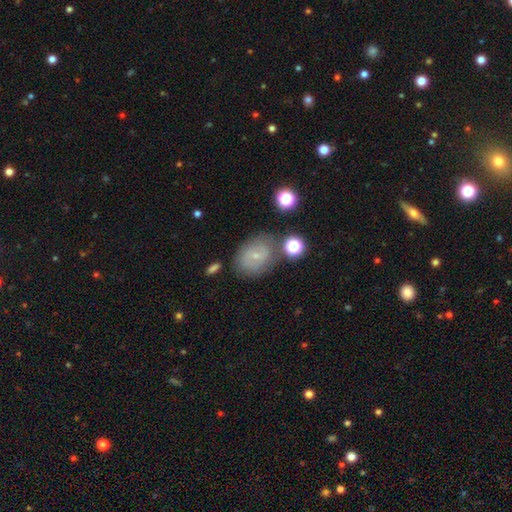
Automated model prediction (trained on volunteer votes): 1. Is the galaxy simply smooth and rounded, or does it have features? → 51% smooth, 36% featured or disk, 13% star or artifact.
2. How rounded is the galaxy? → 58% in between, 40% round, 1% cigar-shaped.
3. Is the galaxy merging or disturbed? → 65% none, 20% minor disturbance, 8% merger, 7% major disturbance.